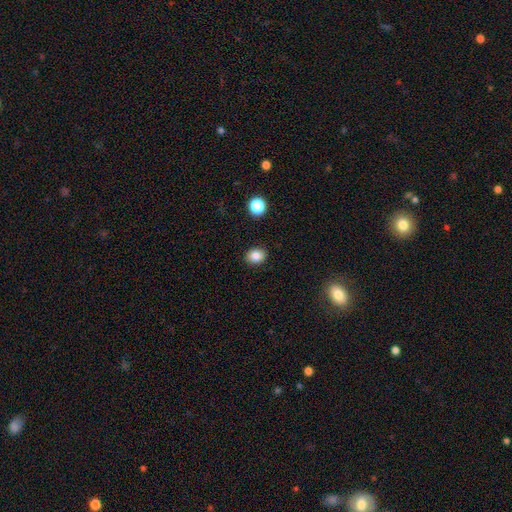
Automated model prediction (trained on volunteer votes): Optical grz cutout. It shows a smooth galaxy with no disk features (83%) that is in between round and cigar-shaped (53%). Merging: none (88%).